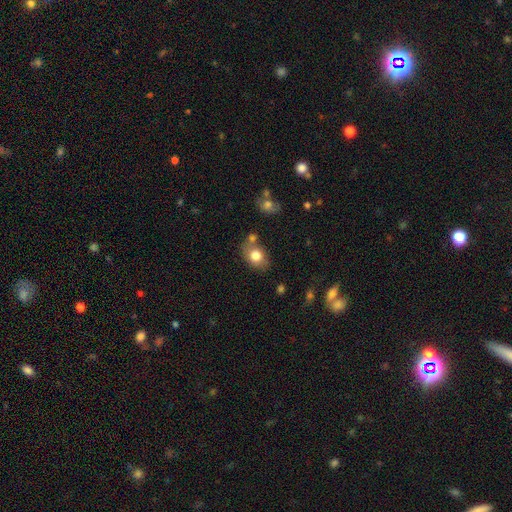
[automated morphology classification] Q: Smooth or featured?
A: smooth (79%); runner-up: featured or disk (13%)
Q: How rounded?
A: in between (65%); runner-up: round (34%)
Q: Merging?
A: none (64%); runner-up: minor disturbance (17%)